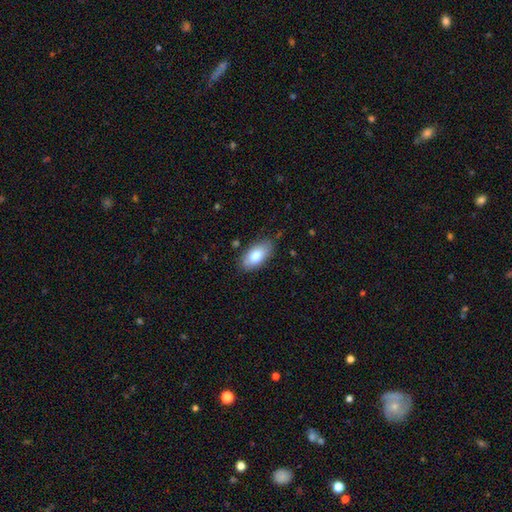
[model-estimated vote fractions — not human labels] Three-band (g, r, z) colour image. It shows a smooth galaxy with no disk features (80%) that is in between round and cigar-shaped (91%). Merging: none (80%).